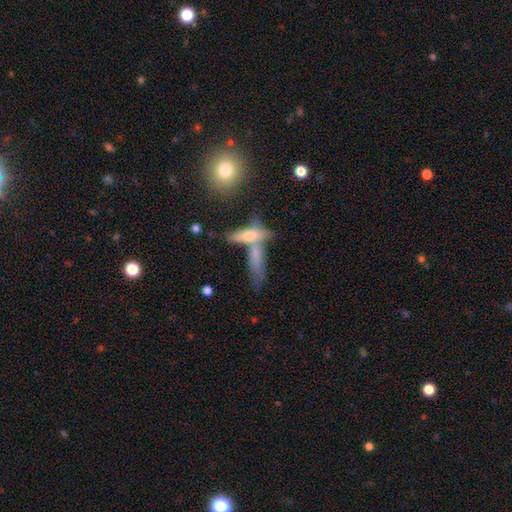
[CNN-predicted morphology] A smooth galaxy with no disk features (62%) that is cigar-shaped (53%). Merging: merger (47%).